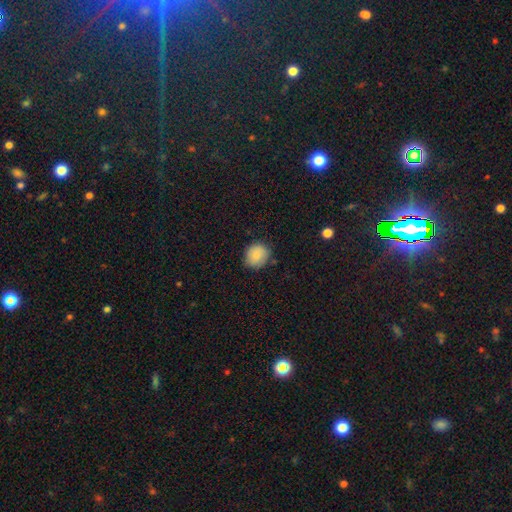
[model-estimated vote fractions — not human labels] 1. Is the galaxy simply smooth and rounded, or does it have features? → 84% smooth, 8% star or artifact, 8% featured or disk.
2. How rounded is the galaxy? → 74% round, 25% in between, 1% cigar-shaped.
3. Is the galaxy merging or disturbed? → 81% none, 15% minor disturbance, 3% major disturbance, 2% merger.